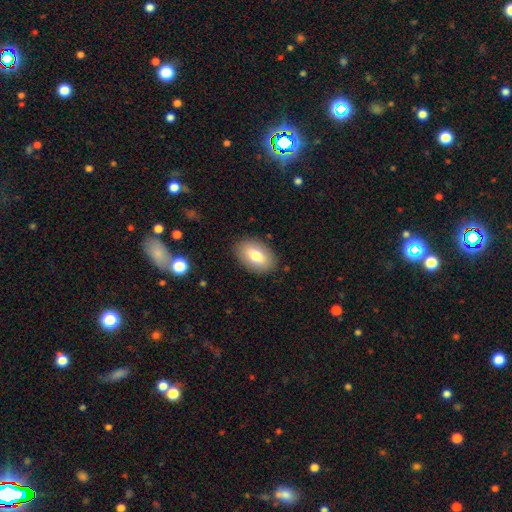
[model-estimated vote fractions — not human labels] The model was most divided on "smooth or featured": smooth: 75%, featured or disk: 18%, star or artifact: 7%. More confident: how rounded — in between (89%); merging — none (87%).